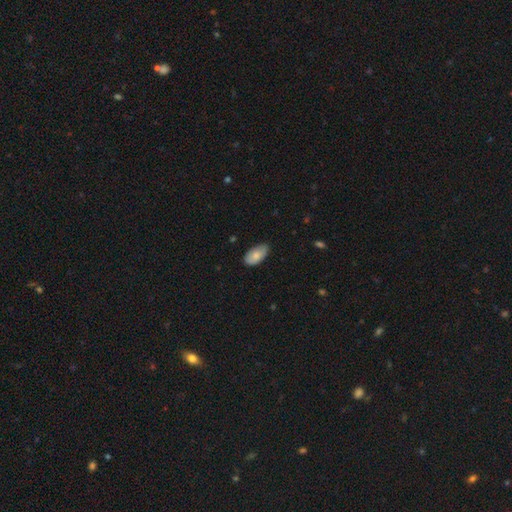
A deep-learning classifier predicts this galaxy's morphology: Q: Smooth or featured?
A: smooth (79%); runner-up: featured or disk (15%)
Q: How rounded?
A: in between (95%); runner-up: round (3%)
Q: Merging?
A: none (74%); runner-up: minor disturbance (22%)